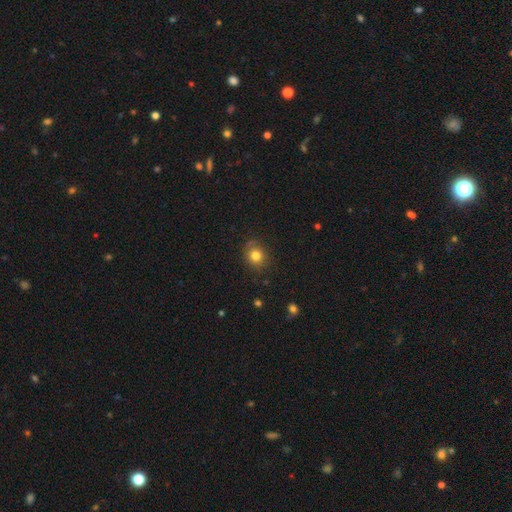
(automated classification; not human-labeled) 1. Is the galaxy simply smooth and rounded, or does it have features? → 80% smooth, 12% star or artifact, 8% featured or disk.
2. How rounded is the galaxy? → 77% round, 22% in between, 1% cigar-shaped.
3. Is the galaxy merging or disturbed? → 83% none, 13% minor disturbance, 3% major disturbance, 1% merger.